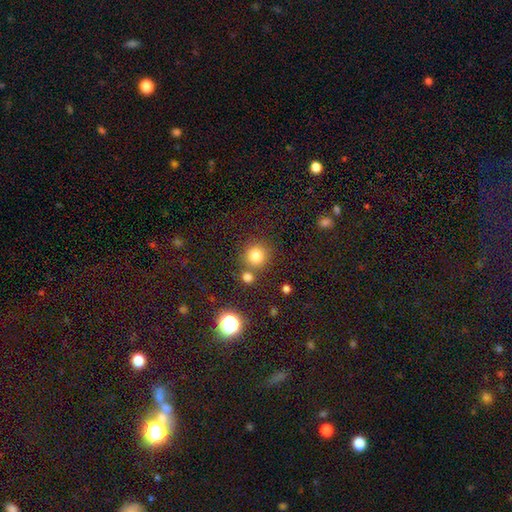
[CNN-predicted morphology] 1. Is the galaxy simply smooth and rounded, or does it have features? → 80% smooth, 14% star or artifact, 6% featured or disk.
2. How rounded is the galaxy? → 91% round, 8% in between, 1% cigar-shaped.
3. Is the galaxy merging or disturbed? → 73% none, 15% merger, 9% minor disturbance, 3% major disturbance.